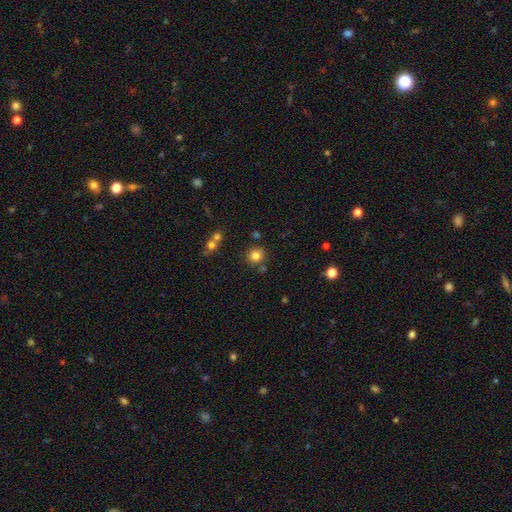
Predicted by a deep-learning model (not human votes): This is clearly a smooth galaxy (81%). How rounded: clearly round (89%). Merging: likely none (79%).